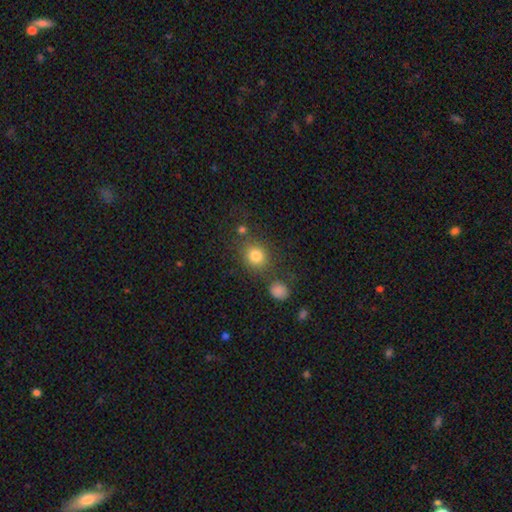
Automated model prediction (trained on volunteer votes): Smooth or featured? smooth (81%)
How rounded? round (77%)
Merging? none (73%)